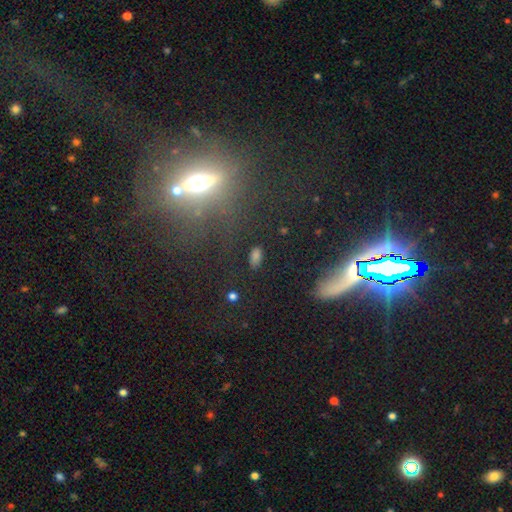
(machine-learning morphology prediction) smooth_or_featured: smooth (p=0.60) [alt: star or artifact p=0.24]
how_rounded: in between (p=0.71) [alt: cigar-shaped p=0.16]
merging: none (p=0.74) [alt: minor disturbance p=0.12]